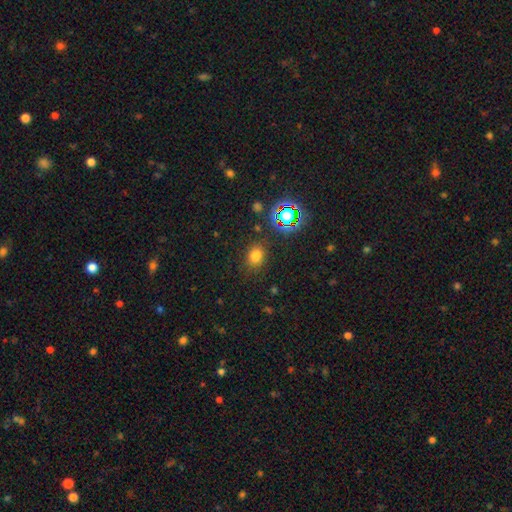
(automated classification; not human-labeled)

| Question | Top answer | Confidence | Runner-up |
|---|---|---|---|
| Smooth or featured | smooth | 73% | star or artifact (21%) |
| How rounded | round | 50% | in between (49%) |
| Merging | none | 82% | minor disturbance (11%) |